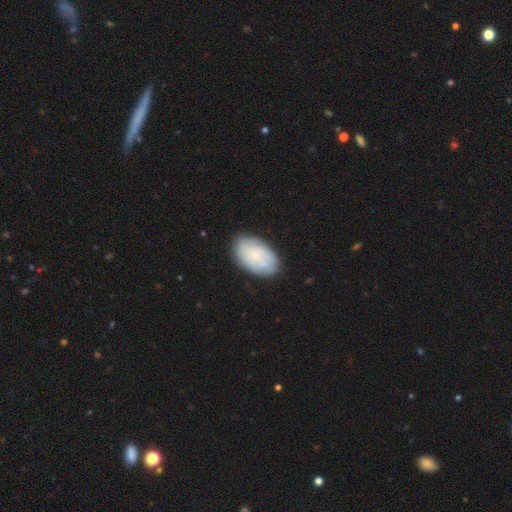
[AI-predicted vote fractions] The model was most divided on "smooth or featured": smooth: 59%, featured or disk: 34%, star or artifact: 7%. More confident: how rounded — in between (92%); merging — none (81%).